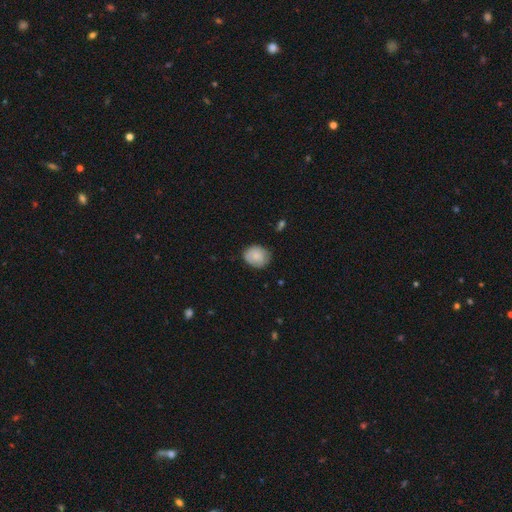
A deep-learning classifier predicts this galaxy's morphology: Smooth or featured? smooth (79%)
How rounded? round (65%)
Merging? none (73%)